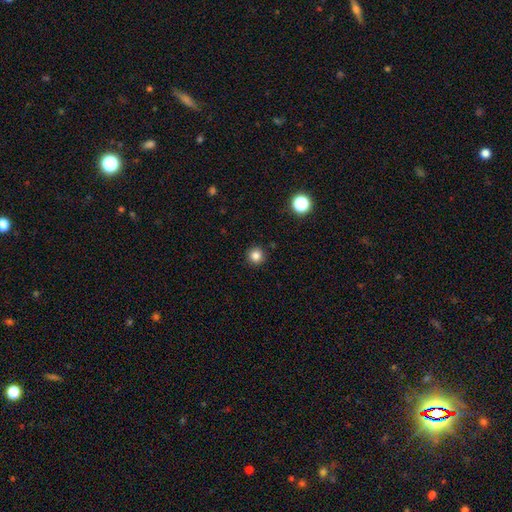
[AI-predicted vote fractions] Smooth or featured: smooth — 83% (star or artifact — 13%)
How rounded: round — 96% (in between — 4%)
Merging: none — 92% (minor disturbance — 5%)